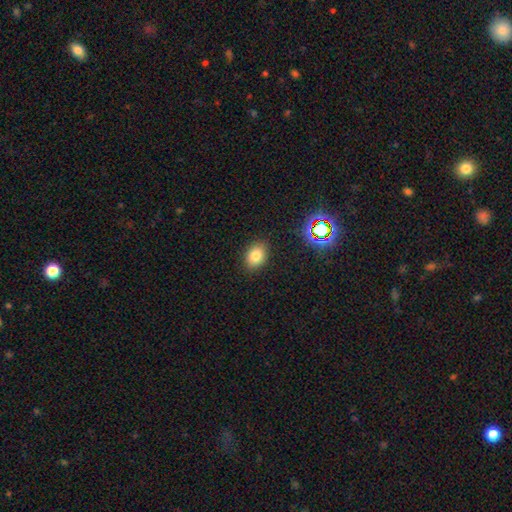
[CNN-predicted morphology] A smooth galaxy with no disk features (79%) that is in between round and cigar-shaped (70%). Merging: none (87%).